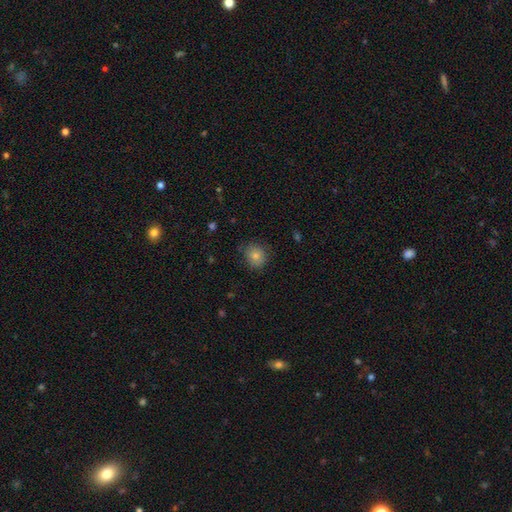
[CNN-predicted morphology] type=smooth (81%); roundness=round (79%); merging=none (79%).